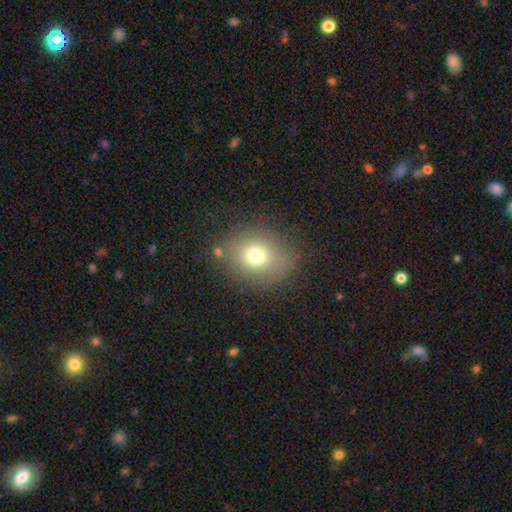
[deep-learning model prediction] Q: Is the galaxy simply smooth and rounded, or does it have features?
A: smooth — 71%.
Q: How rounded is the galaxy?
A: round — 64%.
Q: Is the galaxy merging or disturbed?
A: none — 78%.